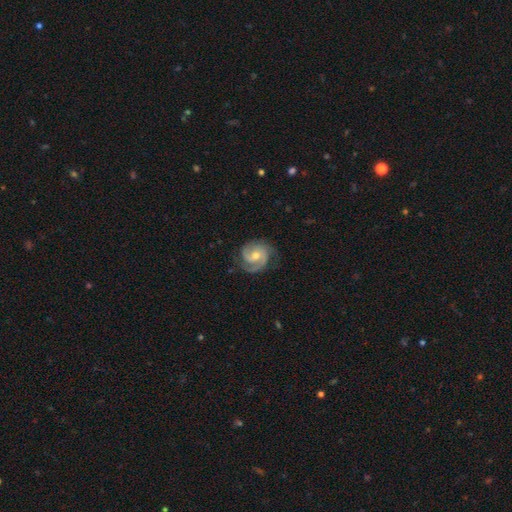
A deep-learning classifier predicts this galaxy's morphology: Overall: featured or disk (90%). Edge-on disk: no (98%). Bar: no (56%; weak 35%). Spiral arms: yes (98%). Spiral arm count: 2 (51%; 3 33%). Spiral winding: tight (51%; medium 42%). Bulge size: moderate (54%; small 42%). Merging: none (77%).